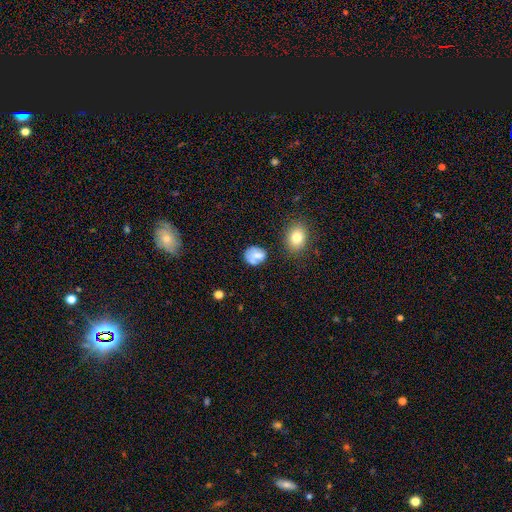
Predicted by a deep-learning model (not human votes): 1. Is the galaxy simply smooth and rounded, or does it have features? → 67% smooth, 22% featured or disk, 12% star or artifact.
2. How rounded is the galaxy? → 63% round, 36% in between, 1% cigar-shaped.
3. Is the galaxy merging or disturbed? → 59% none, 22% minor disturbance, 10% major disturbance, 9% merger.